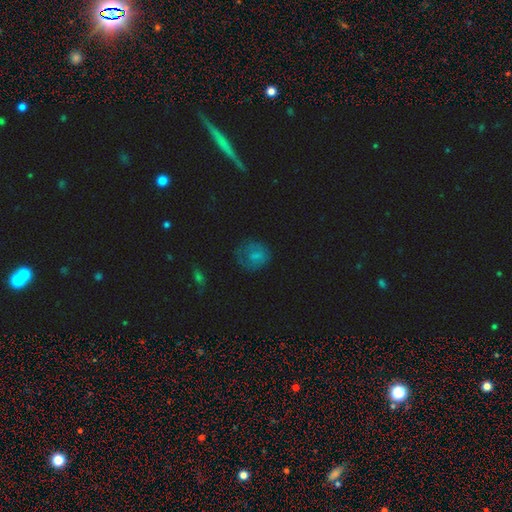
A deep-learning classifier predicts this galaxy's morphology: Smooth or featured: smooth — 61% (featured or disk — 26%)
How rounded: round — 71% (in between — 28%)
Merging: none — 56% (minor disturbance — 24%)